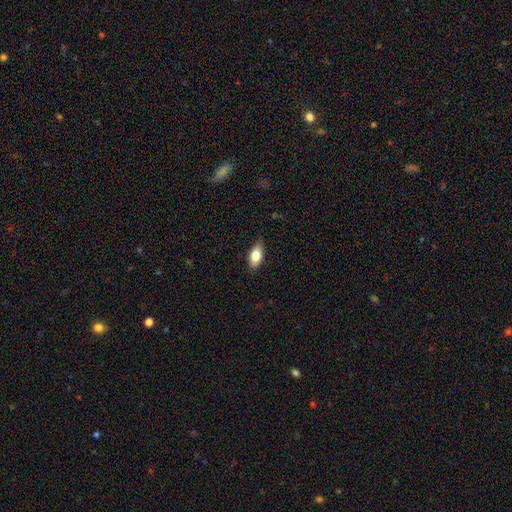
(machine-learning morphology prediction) A smooth galaxy with no disk features (75%) that is in between round and cigar-shaped (86%).

Vote fractions:
- Smooth or featured? smooth: 75% / featured or disk: 18% / star or artifact: 7%
- How rounded? in between: 86% / cigar-shaped: 10% / round: 4%
- Merging? none: 83% / minor disturbance: 14% / major disturbance: 2% / merger: 1%